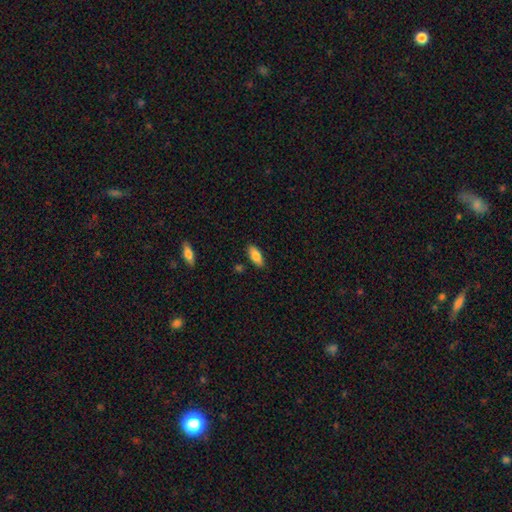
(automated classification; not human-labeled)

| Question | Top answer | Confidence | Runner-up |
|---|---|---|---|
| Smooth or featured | smooth | 84% | featured or disk (9%) |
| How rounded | in between | 83% | cigar-shaped (15%) |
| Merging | none | 84% | minor disturbance (11%) |